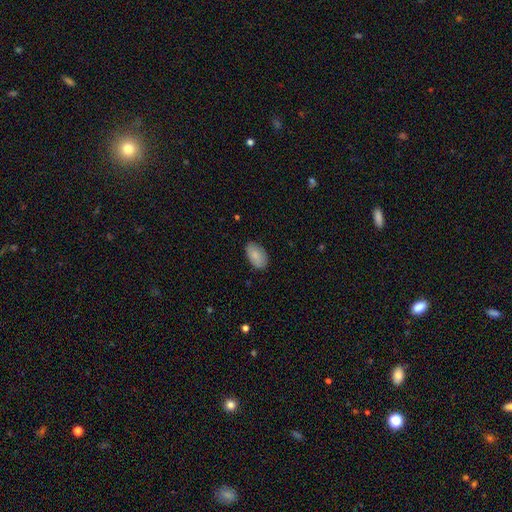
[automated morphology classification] The model was most divided on "merging": none: 83%, minor disturbance: 13%, major disturbance: 2%, merger: 1%. More confident: how rounded — in between (94%); smooth or featured — smooth (85%).